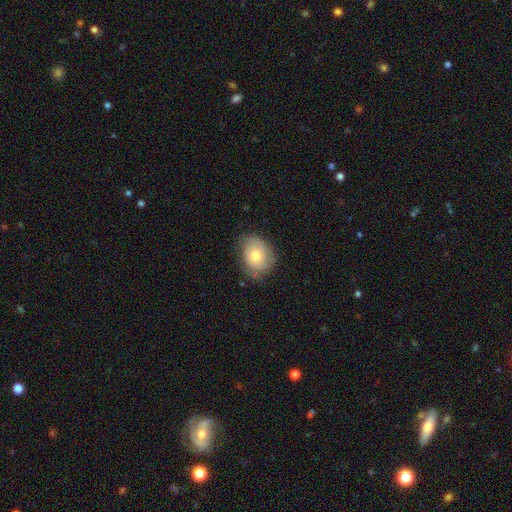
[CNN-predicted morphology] This is likely a smooth galaxy (69%). How rounded: possibly in between (51%). Merging: likely none (70%).